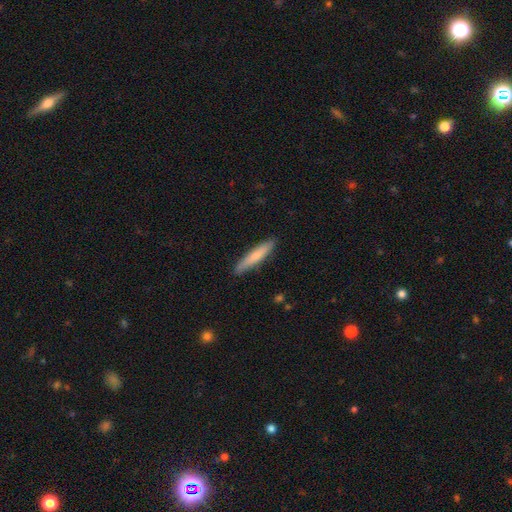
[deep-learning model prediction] Q: Smooth or featured?
A: smooth (73%); runner-up: featured or disk (22%)
Q: How rounded?
A: cigar-shaped (91%); runner-up: in between (8%)
Q: Merging?
A: none (89%); runner-up: minor disturbance (8%)